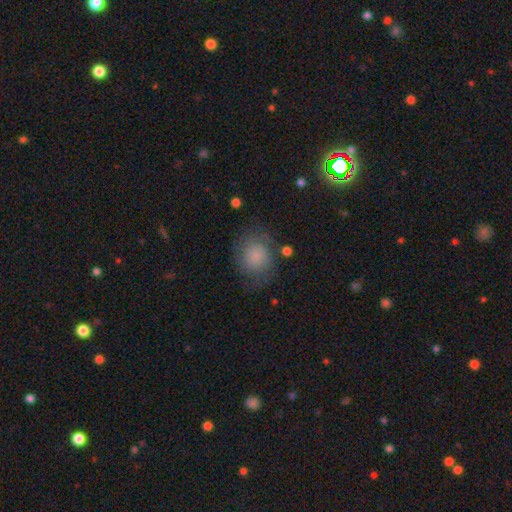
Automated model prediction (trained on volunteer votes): This appears to be a smooth galaxy with no disk features (62%) that is round (72%). Merging: none (67%).